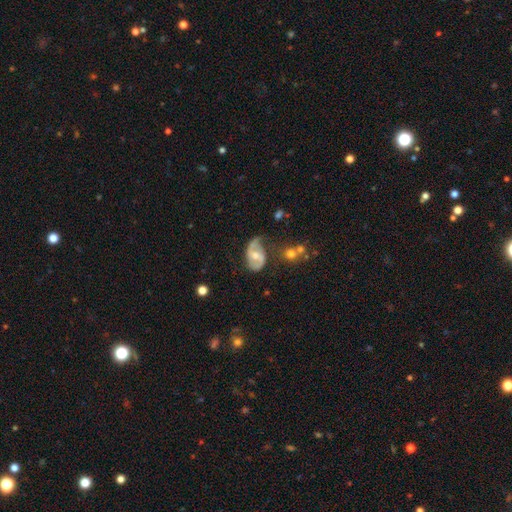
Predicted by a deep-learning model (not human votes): Overall: featured or disk (78%). Edge-on disk: no (97%). Bar: weak (46%; no 40%). Spiral arms: yes (90%). Spiral arm count: 2 (85%). Spiral winding: medium (45%; loose 37%). Bulge size: moderate (60%; small 30%). Merging: none (54%; minor disturbance 27%).